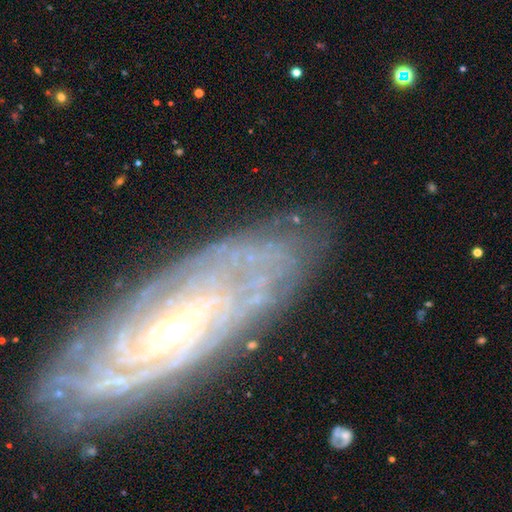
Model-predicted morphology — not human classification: The model was most divided on "bulge size": small: 50%, moderate: 45%, large: 3%, none: 1%, dominant: 1%. Remaining: spiral arms — yes (96%); edge-on disk — no (88%); smooth or featured — featured or disk (87%); merging — none (80%); spiral winding — tight (78%); bar — no (52%); spiral arm count — can't tell (38%).